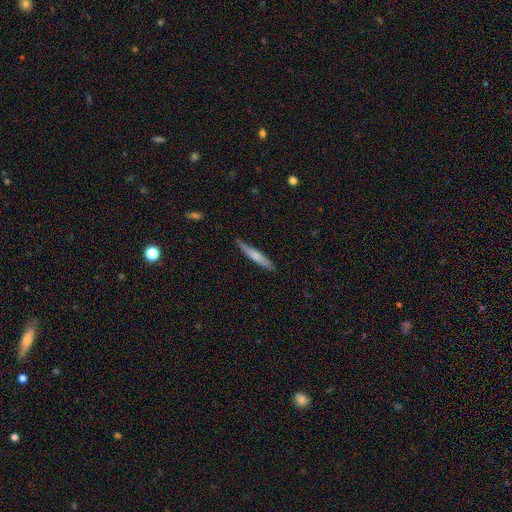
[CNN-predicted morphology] smooth-or-featured: smooth: 62% | featured or disk: 33% | star or artifact: 5%
  how-rounded: cigar-shaped: 93% | in between: 6% | round: 1%
  merging: none: 82% | minor disturbance: 14% | major disturbance: 2% | merger: 1%